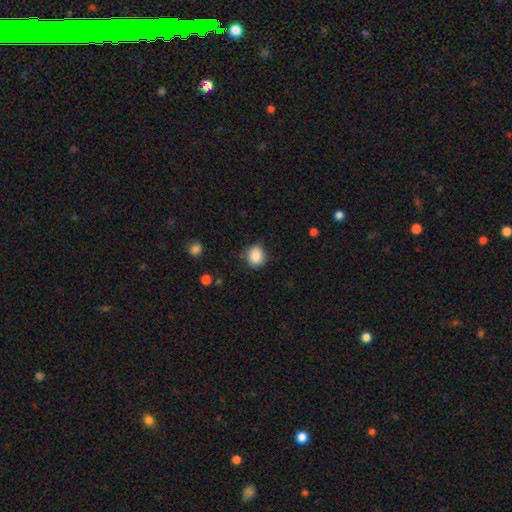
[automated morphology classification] Overall: smooth (87%). How rounded: round (66%; in between 33%). Merging: none (81%).